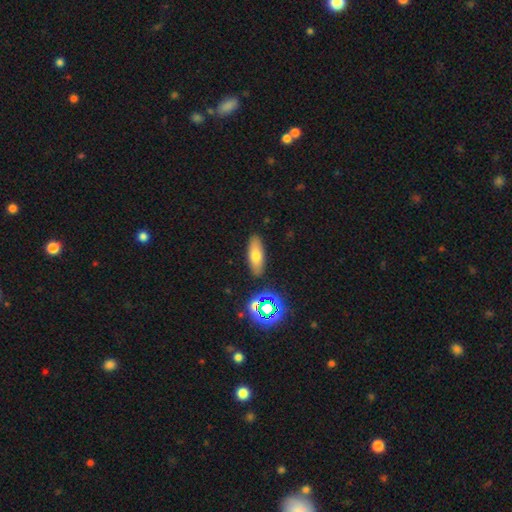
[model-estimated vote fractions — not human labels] A smooth galaxy with no disk features (69%) that is in between round and cigar-shaped (67%).

Vote fractions:
- Smooth or featured? smooth: 69% / featured or disk: 18% / star or artifact: 13%
- How rounded? in between: 67% / cigar-shaped: 28% / round: 4%
- Merging? none: 87% / minor disturbance: 8% / merger: 2% / major disturbance: 2%